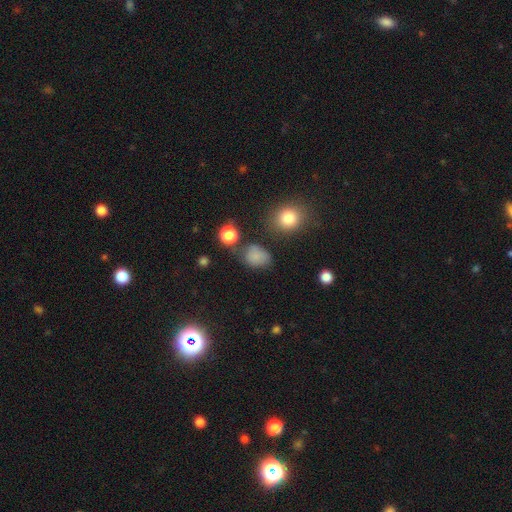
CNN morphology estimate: Smooth or featured: smooth — 78% (star or artifact — 15%)
How rounded: in between — 54% (round — 44%)
Merging: none — 61% (minor disturbance — 23%)